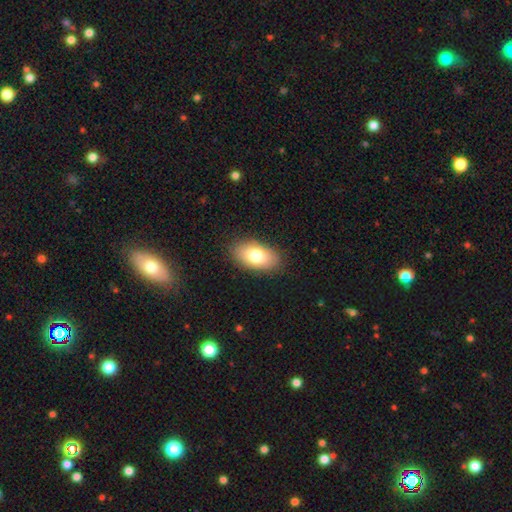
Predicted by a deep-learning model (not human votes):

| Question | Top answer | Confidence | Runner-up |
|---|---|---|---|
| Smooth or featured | smooth | 80% | featured or disk (14%) |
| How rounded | in between | 94% | round (4%) |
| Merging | none | 86% | minor disturbance (10%) |